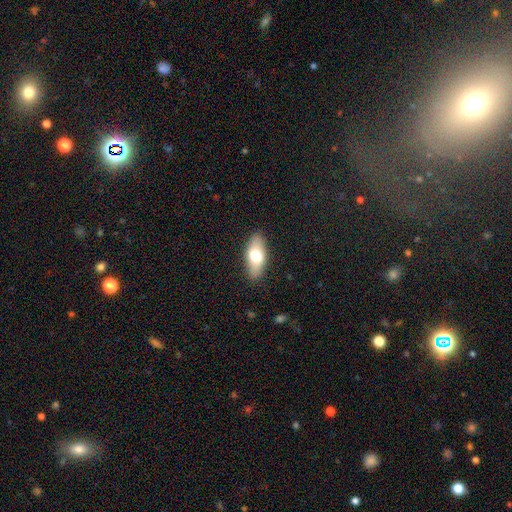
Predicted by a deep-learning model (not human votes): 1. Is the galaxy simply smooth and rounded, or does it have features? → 69% smooth, 25% featured or disk, 6% star or artifact.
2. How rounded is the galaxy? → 82% in between, 15% cigar-shaped, 3% round.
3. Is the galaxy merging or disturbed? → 87% none, 10% minor disturbance, 2% major disturbance, 1% merger.